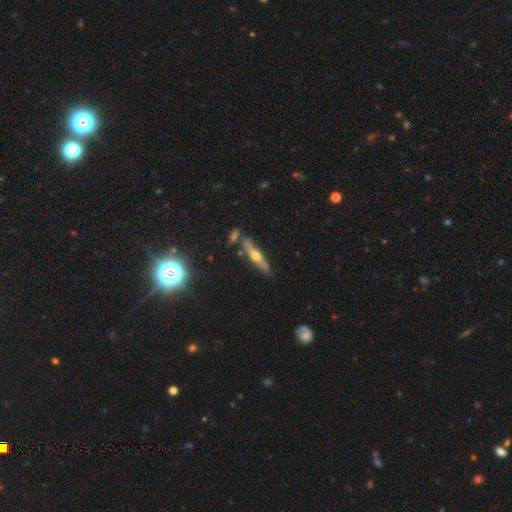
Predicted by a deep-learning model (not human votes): Q: Smooth or featured?
A: featured or disk (58%); runner-up: smooth (35%)
Q: Edge-on disk?
A: yes (91%); runner-up: no (9%)
Q: Edge-on bulge?
A: rounded (89%); runner-up: none (7%)
Q: Merging?
A: none (76%); runner-up: minor disturbance (13%)